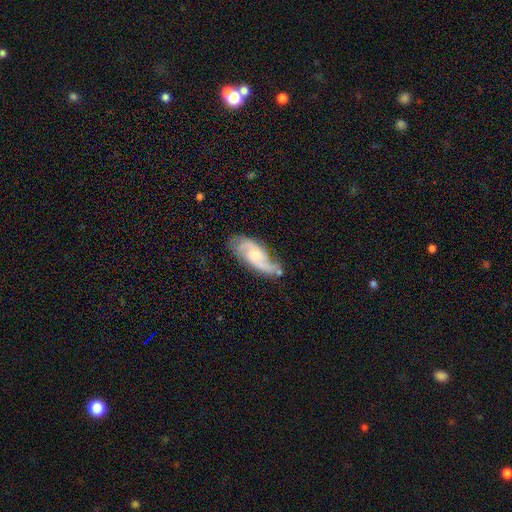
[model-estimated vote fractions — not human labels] Q: Smooth or featured?
A: featured or disk (81%); runner-up: smooth (14%)
Q: Edge-on disk?
A: no (93%); runner-up: yes (7%)
Q: Bar?
A: no (55%); runner-up: weak (39%)
Q: Spiral arms?
A: yes (96%); runner-up: no (4%)
Q: Spiral winding?
A: medium (50%); runner-up: loose (25%)
Q: Spiral arm count?
A: 2 (72%); runner-up: 3 (11%)
Q: Bulge size?
A: small (50%); runner-up: moderate (40%)
Q: Merging?
A: none (67%); runner-up: minor disturbance (21%)